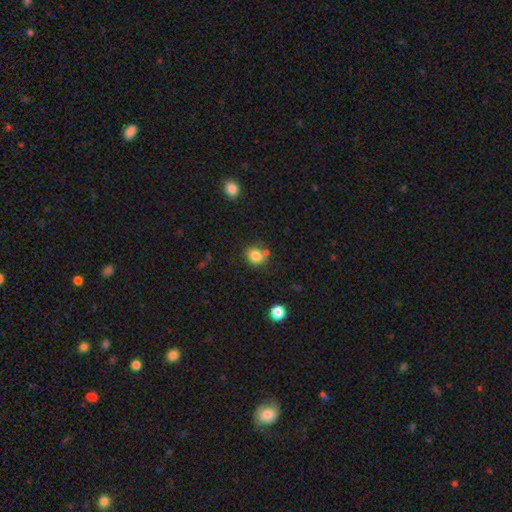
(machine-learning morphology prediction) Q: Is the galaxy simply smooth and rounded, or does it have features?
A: smooth — 83%.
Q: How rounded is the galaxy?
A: round — 66%.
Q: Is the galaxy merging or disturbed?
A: none — 68%.